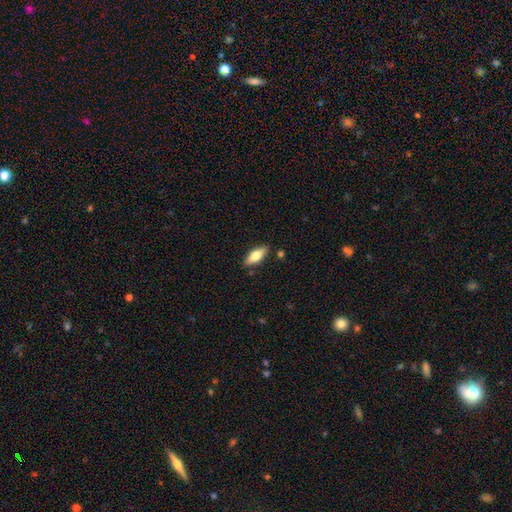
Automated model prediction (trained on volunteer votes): smooth_or_featured: smooth (p=0.60) [alt: featured or disk p=0.34]
how_rounded: in between (p=0.66) [alt: cigar-shaped p=0.31]
merging: none (p=0.85) [alt: minor disturbance p=0.10]